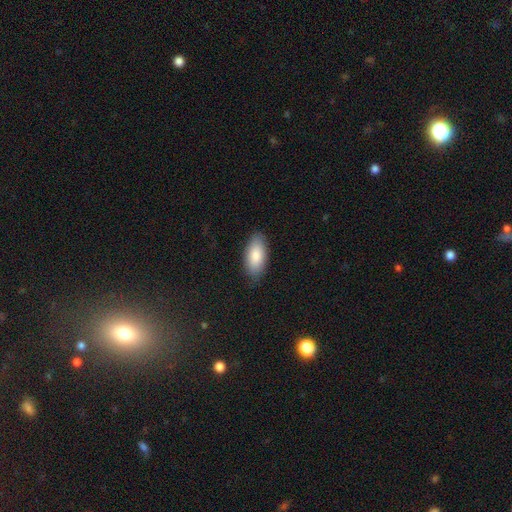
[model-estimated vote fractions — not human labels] A smooth galaxy with no disk features (86%) that is in between round and cigar-shaped (90%). Merging: none (85%).